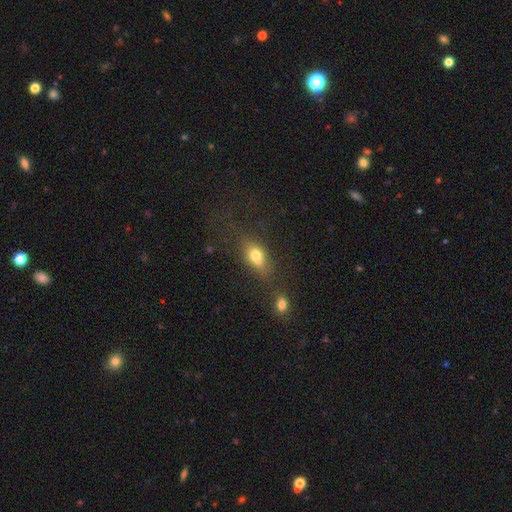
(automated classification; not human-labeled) This appears to be a smooth galaxy with no disk features (70%) that is in between round and cigar-shaped (60%). Merging: none (41%).